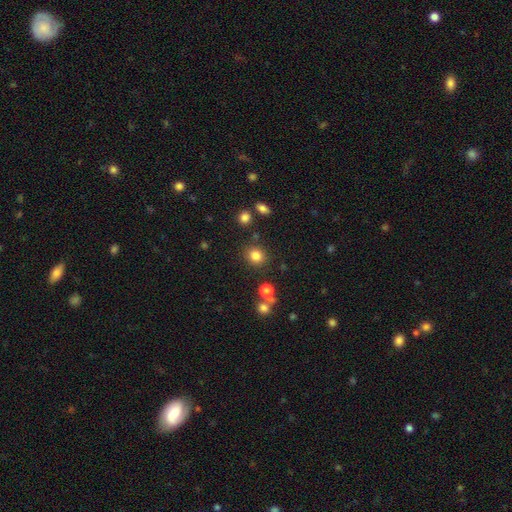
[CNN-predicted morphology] Smooth or featured: smooth — 82% (star or artifact — 13%)
How rounded: round — 84% (in between — 15%)
Merging: none — 84% (minor disturbance — 8%)